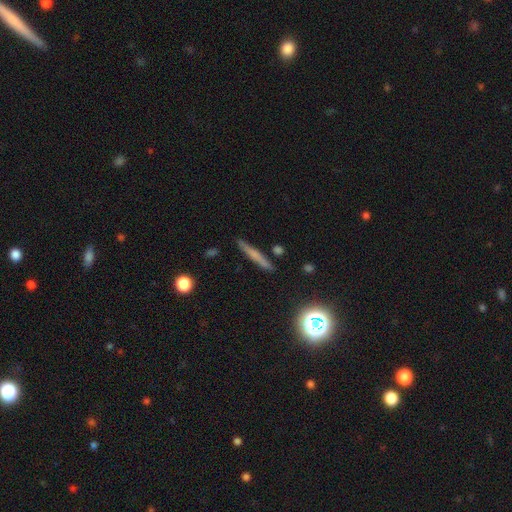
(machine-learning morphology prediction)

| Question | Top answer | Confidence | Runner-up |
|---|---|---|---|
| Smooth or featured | smooth | 52% | featured or disk (37%) |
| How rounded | cigar-shaped | 92% | in between (4%) |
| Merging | none | 88% | minor disturbance (8%) |